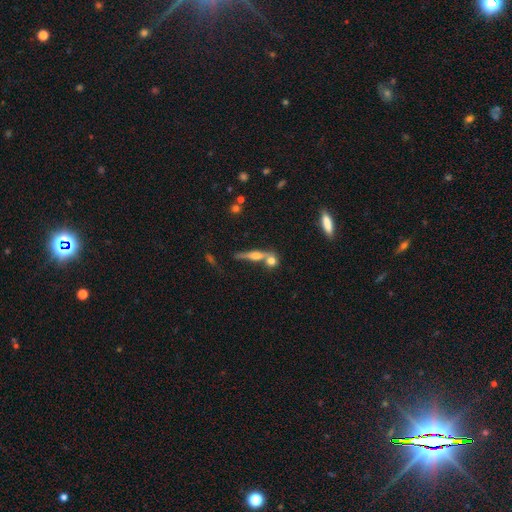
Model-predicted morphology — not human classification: This is possibly a featured or disk galaxy (58%). It is clearly viewed edge-on (92%). Edge-on bulge: clearly rounded (88%). Merging: possibly none (57%).